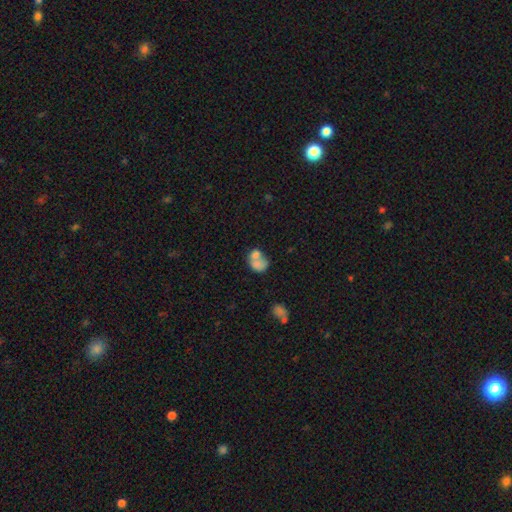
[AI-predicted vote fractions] Smooth or featured? smooth (71%)
How rounded? in between (51%)
Merging? merger (58%)